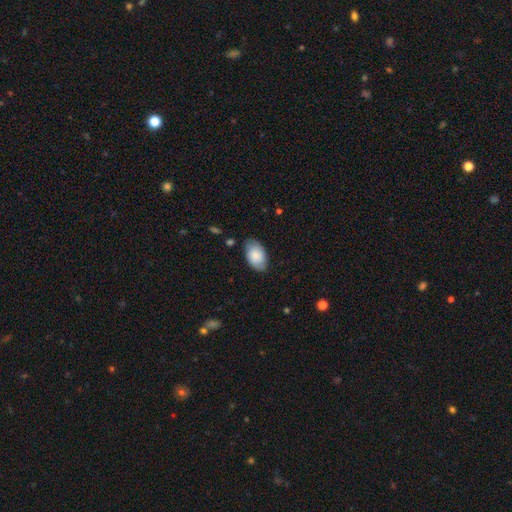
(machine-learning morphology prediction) This is likely a smooth galaxy (76%). How rounded: clearly in between (93%). Merging: likely none (76%).